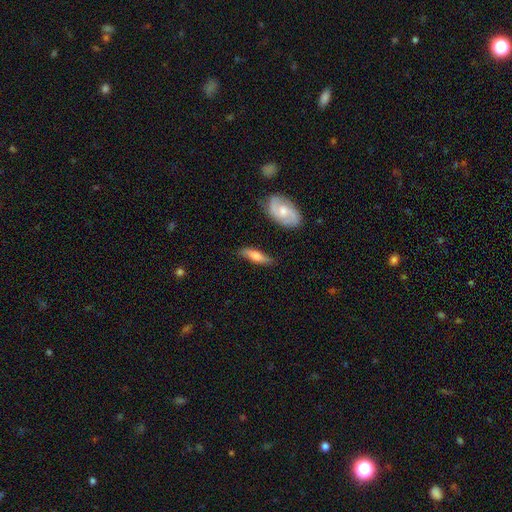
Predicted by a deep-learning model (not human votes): Smooth or featured?
  - smooth: 58% *
  - featured or disk: 36%
  - star or artifact: 6%
How rounded?
  - cigar-shaped: 55% *
  - in between: 42%
  - round: 3%
Merging?
  - none: 77% *
  - minor disturbance: 16%
  - major disturbance: 3%
  - merger: 3%